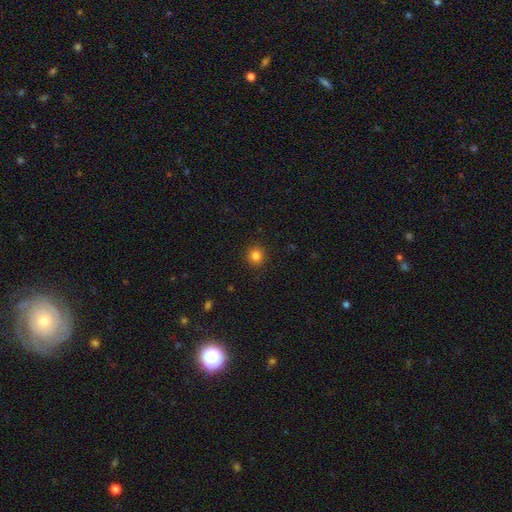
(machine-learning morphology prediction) Smooth or featured? smooth (84%)
How rounded? round (92%)
Merging? none (92%)